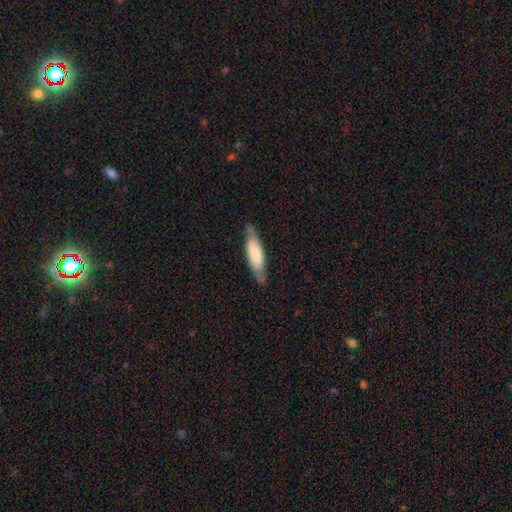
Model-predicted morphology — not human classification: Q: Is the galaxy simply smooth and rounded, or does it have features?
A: smooth — 62%.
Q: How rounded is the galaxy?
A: cigar-shaped — 62%.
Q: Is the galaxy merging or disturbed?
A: none — 77%.